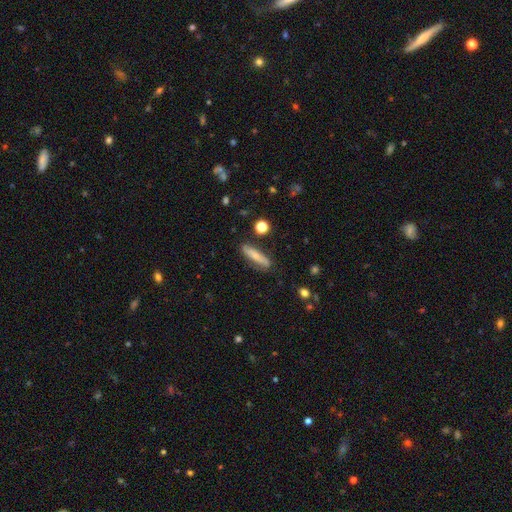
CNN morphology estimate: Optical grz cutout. It shows a smooth galaxy with no disk features (62%) that is cigar-shaped (75%). Merging: none (78%).